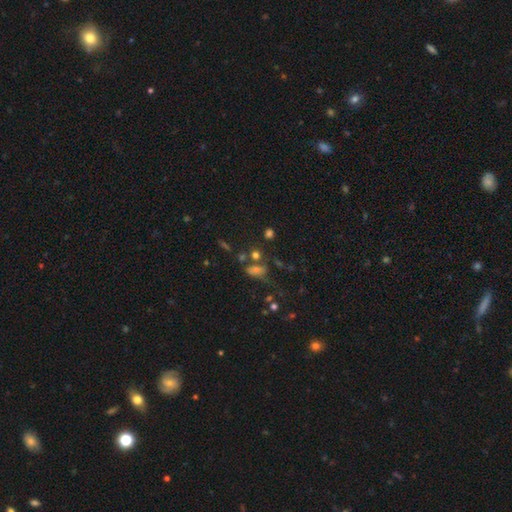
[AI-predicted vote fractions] smooth_or_featured: smooth (p=0.58) [alt: star or artifact p=0.28]
how_rounded: in between (p=0.53) [alt: round p=0.41]
merging: none (p=0.49) [alt: merger p=0.22]